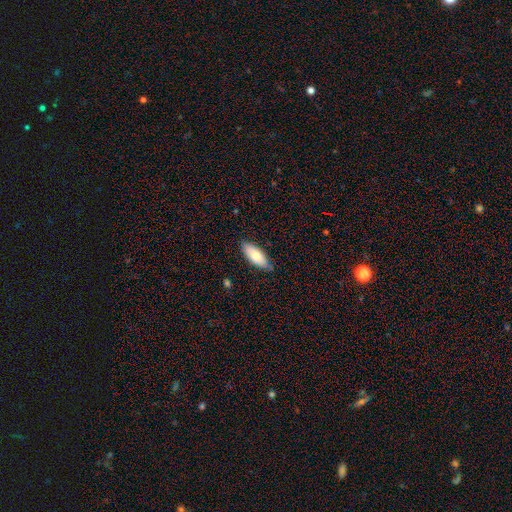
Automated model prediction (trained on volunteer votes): Smooth or featured: smooth — 76% (featured or disk — 18%)
How rounded: in between — 81% (cigar-shaped — 17%)
Merging: none — 81% (minor disturbance — 15%)